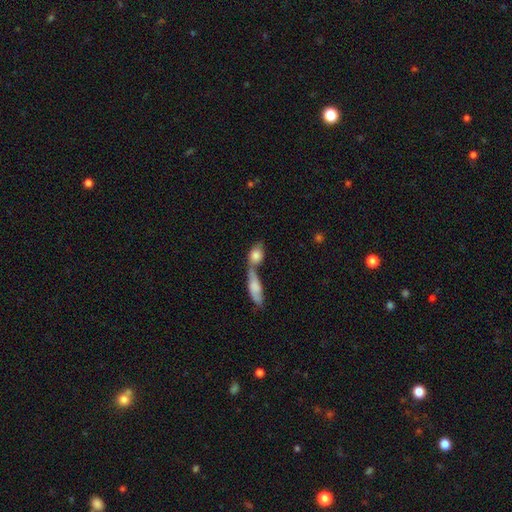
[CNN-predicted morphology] A smooth galaxy with no disk features (76%) that is in between round and cigar-shaped (68%).

Vote fractions:
- Smooth or featured? smooth: 76% / featured or disk: 17% / star or artifact: 7%
- How rounded? in between: 68% / round: 20% / cigar-shaped: 12%
- Merging? merger: 63% / none: 25% / minor disturbance: 8% / major disturbance: 5%